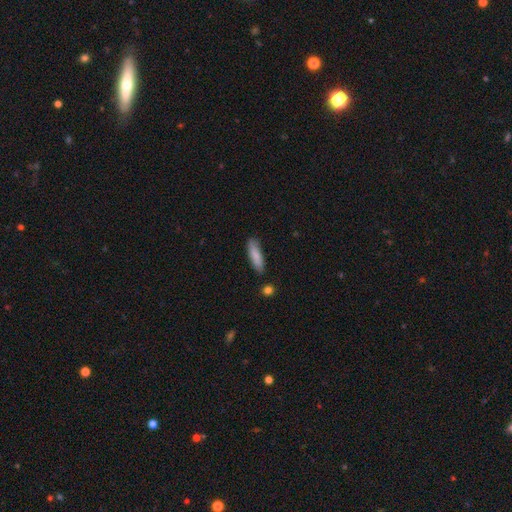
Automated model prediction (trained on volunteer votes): Smooth or featured? Predicted: smooth (p=0.84). How rounded? Predicted: cigar-shaped (p=0.62). Merging? Predicted: none (p=0.83).